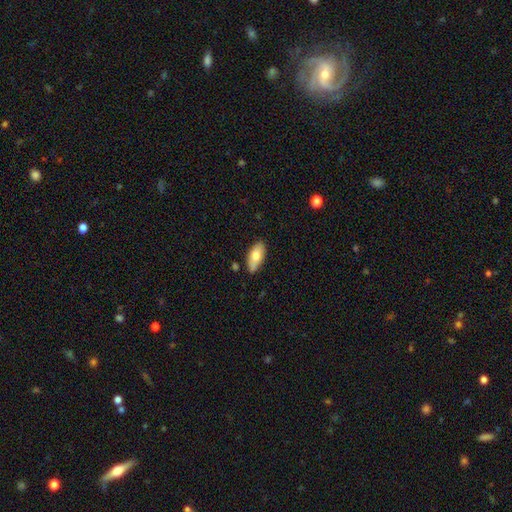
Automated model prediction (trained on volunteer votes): Q: Smooth or featured?
A: smooth (74%); runner-up: featured or disk (19%)
Q: How rounded?
A: in between (89%); runner-up: cigar-shaped (8%)
Q: Merging?
A: none (80%); runner-up: minor disturbance (15%)